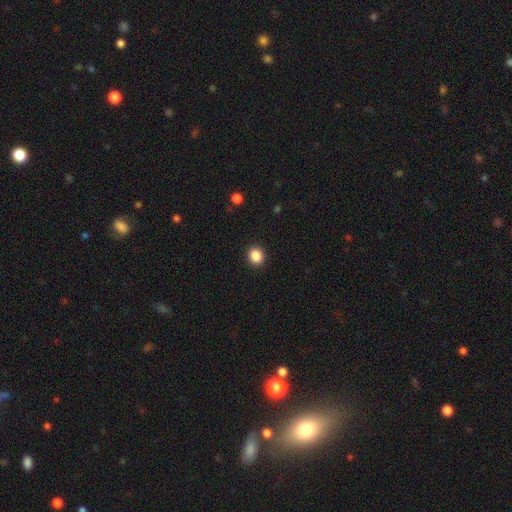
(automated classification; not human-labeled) A smooth galaxy with no disk features (87%) that is round (67%). Merging: none (91%).